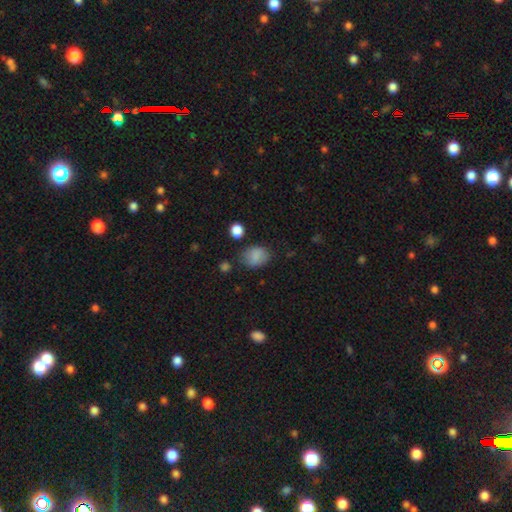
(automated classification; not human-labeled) A smooth galaxy with no disk features (81%) that is in between round and cigar-shaped (61%). Merging: none (72%).